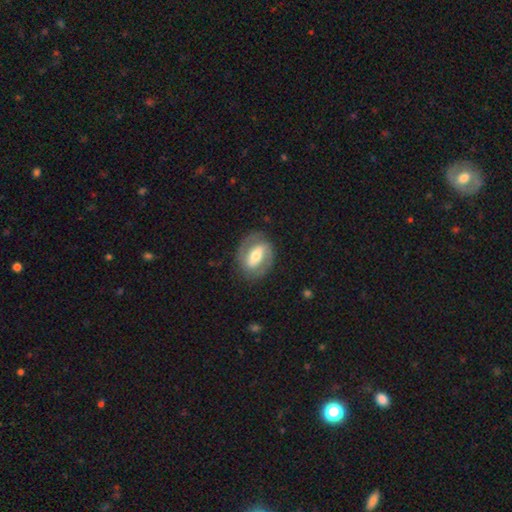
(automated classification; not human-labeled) Smooth or featured? Predicted: featured or disk (p=0.72). Edge-on disk? Predicted: no (p=0.94). Bar? Predicted: strong (p=0.55). Spiral arms? Predicted: yes (p=0.77). Spiral winding? Predicted: medium (p=0.45). Spiral arm count? Predicted: 2 (p=0.85). Bulge size? Predicted: moderate (p=0.63). Merging? Predicted: none (p=0.81).